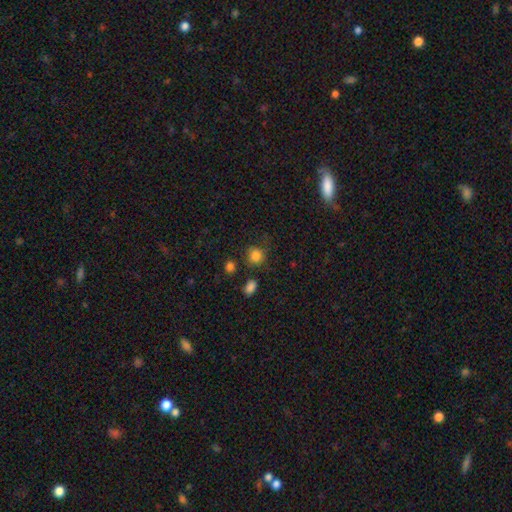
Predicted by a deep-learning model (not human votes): Overall: smooth (83%). How rounded: round (87%). Merging: none (75%).